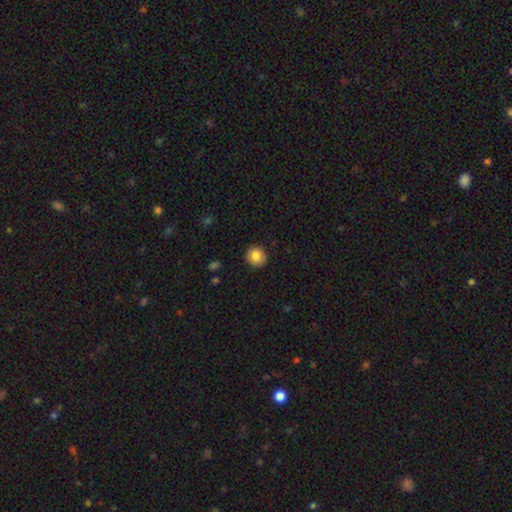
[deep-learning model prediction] smooth 85%, star or artifact 9%, featured or disk 7%. Down the decision tree: how rounded — round (90%); merging — none (90%).